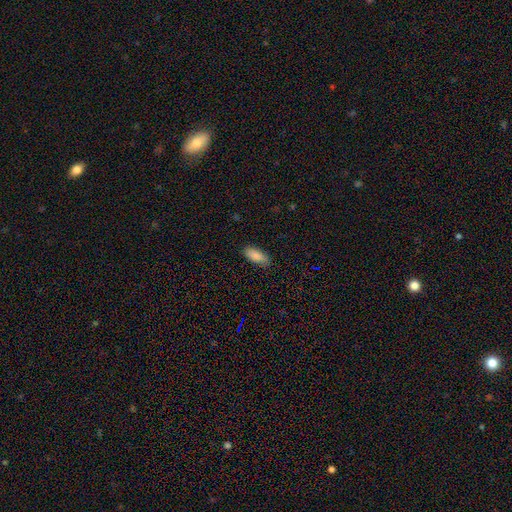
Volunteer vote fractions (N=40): A smooth galaxy with no disk features (90%) that is in between round and cigar-shaped (92%). Merging: none (84%).